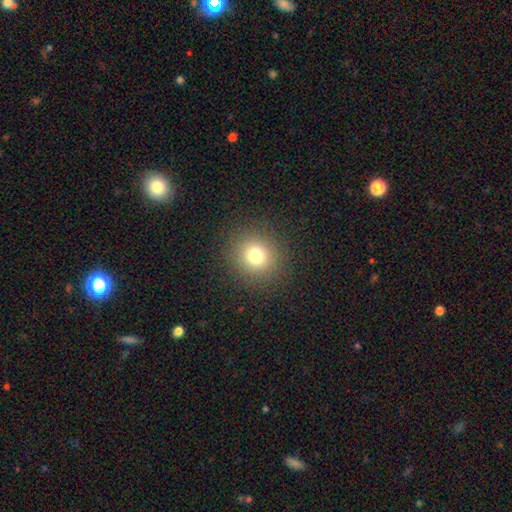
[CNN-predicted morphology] Smooth or featured?
  - smooth: 76% *
  - star or artifact: 16%
  - featured or disk: 8%
How rounded?
  - round: 90% *
  - in between: 9%
  - cigar-shaped: 1%
Merging?
  - none: 90% *
  - minor disturbance: 6%
  - major disturbance: 3%
  - merger: 1%